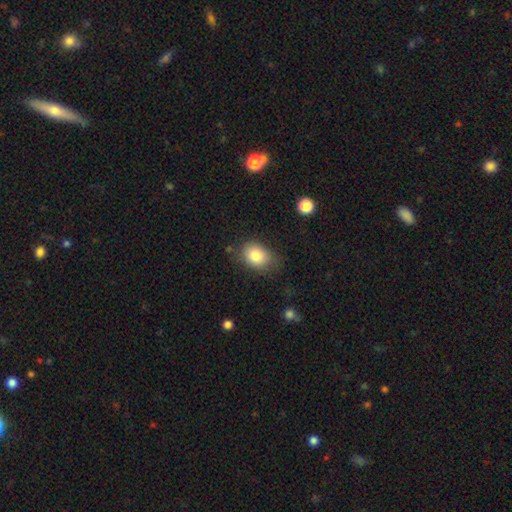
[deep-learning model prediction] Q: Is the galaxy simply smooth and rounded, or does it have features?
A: smooth — 84%.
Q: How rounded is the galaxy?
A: in between — 68%.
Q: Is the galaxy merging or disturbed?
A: none — 68%.